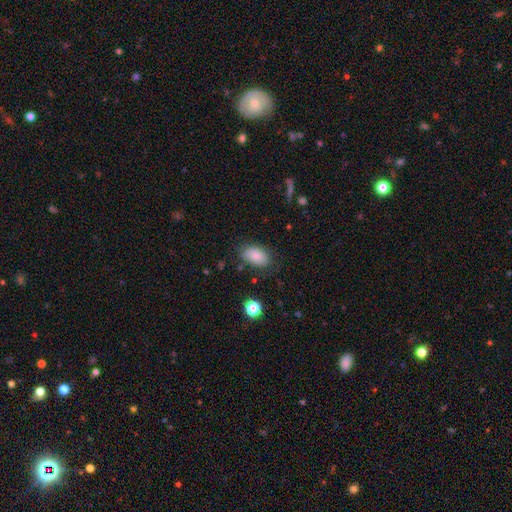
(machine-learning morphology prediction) smooth_or_featured: smooth (p=0.85) [alt: star or artifact p=0.08]
how_rounded: in between (p=0.91) [alt: round p=0.08]
merging: none (p=0.75) [alt: minor disturbance p=0.17]